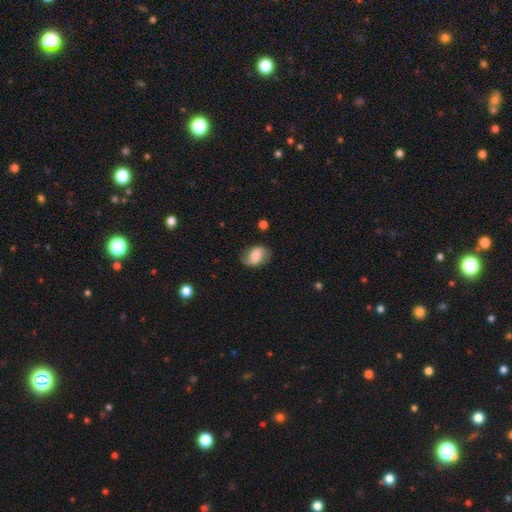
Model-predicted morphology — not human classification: Smooth or featured: featured or disk — 50% (smooth — 42%)
Merging: none — 69% (minor disturbance — 21%)